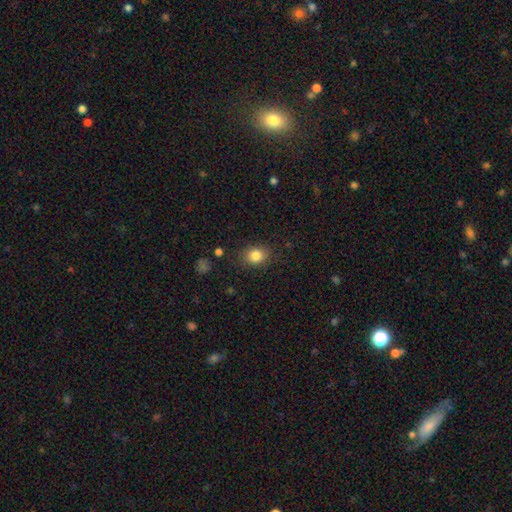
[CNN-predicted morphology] Smooth or featured?
  - smooth: 83% *
  - star or artifact: 10%
  - featured or disk: 6%
How rounded?
  - round: 53% *
  - in between: 46%
  - cigar-shaped: 1%
Merging?
  - none: 83% *
  - minor disturbance: 12%
  - major disturbance: 4%
  - merger: 2%